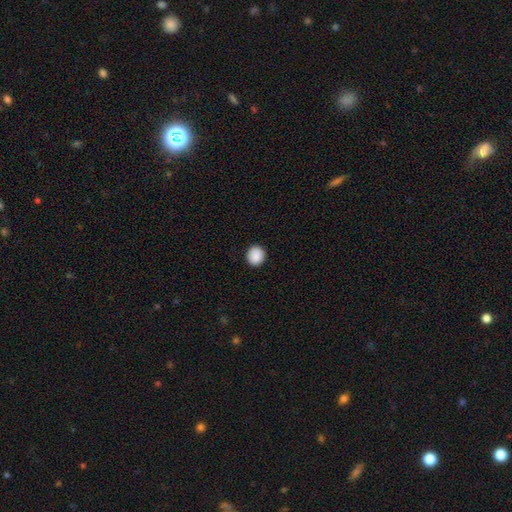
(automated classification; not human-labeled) smooth-or-featured: smooth: 90% | star or artifact: 8% | featured or disk: 2%
  how-rounded: round: 84% | in between: 15% | cigar-shaped: 1%
  merging: none: 92% | minor disturbance: 6% | major disturbance: 2% | merger: 1%